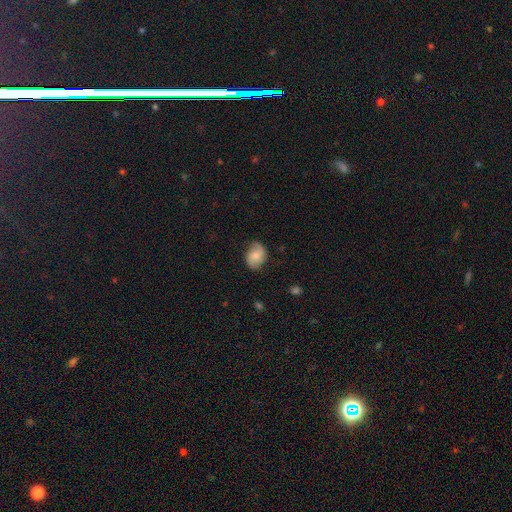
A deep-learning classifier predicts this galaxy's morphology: smooth_or_featured: smooth (p=0.51) [alt: featured or disk p=0.41]
how_rounded: in between (p=0.68) [alt: round p=0.31]
merging: none (p=0.71) [alt: minor disturbance p=0.21]